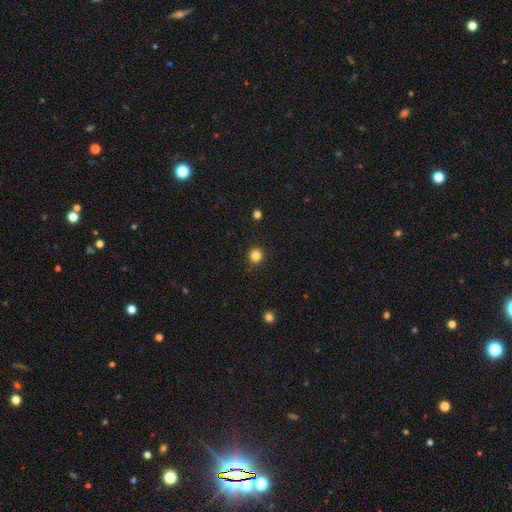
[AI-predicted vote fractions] A smooth galaxy with no disk features (84%) that is round (93%).

Vote fractions:
- Smooth or featured? smooth: 84% / star or artifact: 12% / featured or disk: 4%
- How rounded? round: 93% / in between: 6% / cigar-shaped: 1%
- Merging? none: 92% / minor disturbance: 6% / major disturbance: 2% / merger: 1%